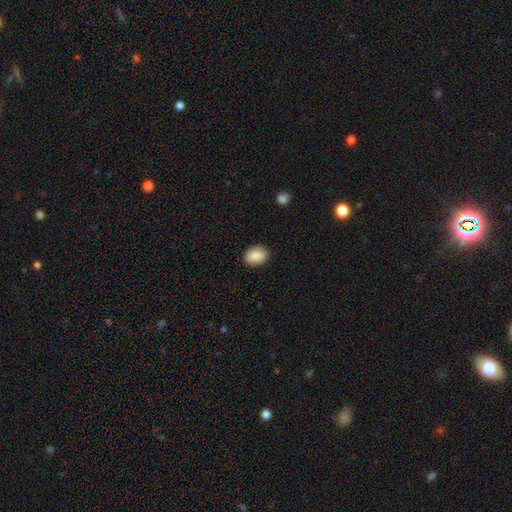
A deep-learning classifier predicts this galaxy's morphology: The model was most divided on "how rounded": in between: 70%, round: 29%, cigar-shaped: 1%. More confident: merging — none (88%); smooth or featured — smooth (87%).